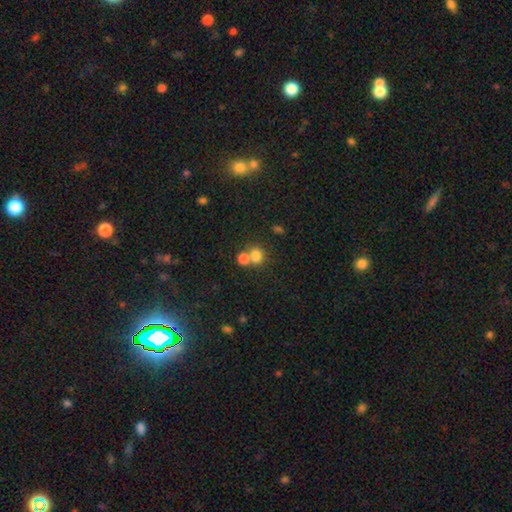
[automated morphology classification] smooth 77%, star or artifact 14%, featured or disk 9%. Down the decision tree: how rounded — round (65%); merging — merger (48%).